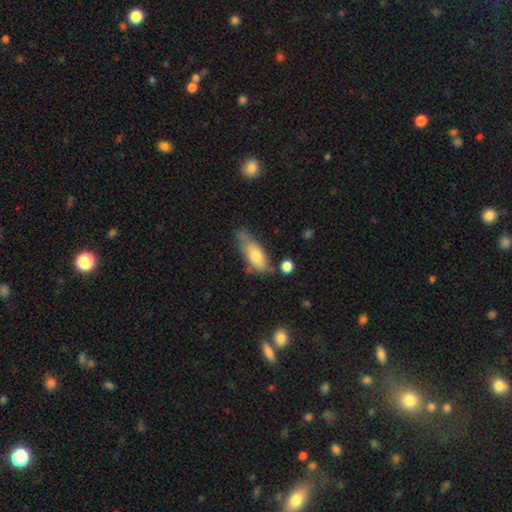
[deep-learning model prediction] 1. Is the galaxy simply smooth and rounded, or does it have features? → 68% smooth, 25% featured or disk, 7% star or artifact.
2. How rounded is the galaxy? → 72% in between, 25% cigar-shaped, 3% round.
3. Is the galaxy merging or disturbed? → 46% none, 33% minor disturbance, 12% major disturbance, 10% merger.